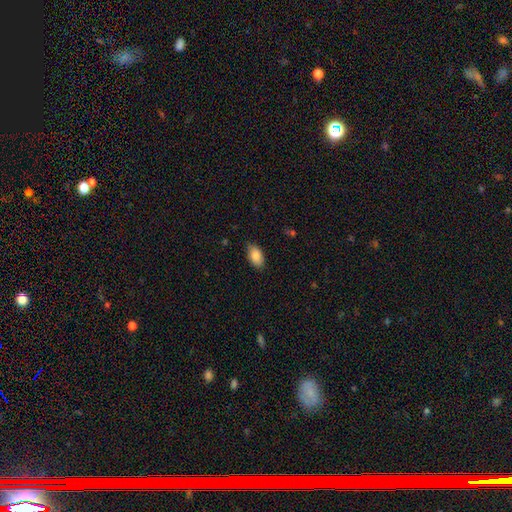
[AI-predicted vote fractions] Smooth or featured? smooth (87%)
How rounded? in between (93%)
Merging? none (82%)